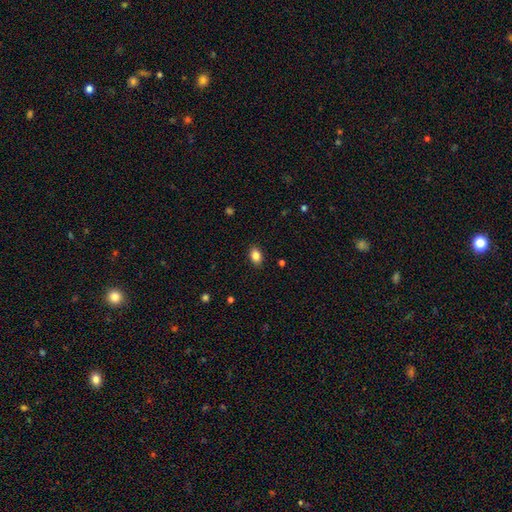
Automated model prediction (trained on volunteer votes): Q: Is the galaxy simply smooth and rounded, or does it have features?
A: smooth — 85%.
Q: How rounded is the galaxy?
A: in between — 80%.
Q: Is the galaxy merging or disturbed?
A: none — 89%.